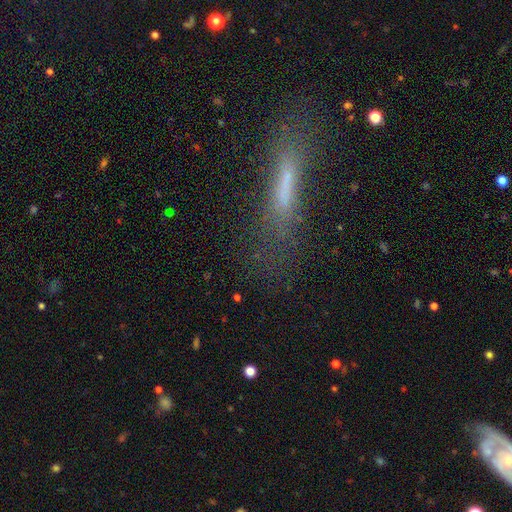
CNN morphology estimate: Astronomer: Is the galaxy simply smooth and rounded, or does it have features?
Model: smooth — 49% (runner-up: featured or disk, 34%).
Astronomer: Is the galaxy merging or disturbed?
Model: none — 66%.